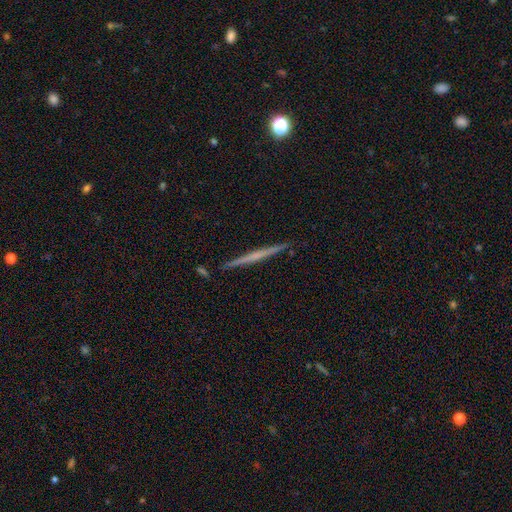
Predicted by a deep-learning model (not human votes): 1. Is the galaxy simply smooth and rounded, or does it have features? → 67% featured or disk, 26% smooth, 6% star or artifact.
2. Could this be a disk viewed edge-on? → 98% yes, 2% no.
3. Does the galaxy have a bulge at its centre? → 65% none, 27% rounded, 8% boxy.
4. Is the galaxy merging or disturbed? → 92% none, 6% minor disturbance, 2% merger, 1% major disturbance.